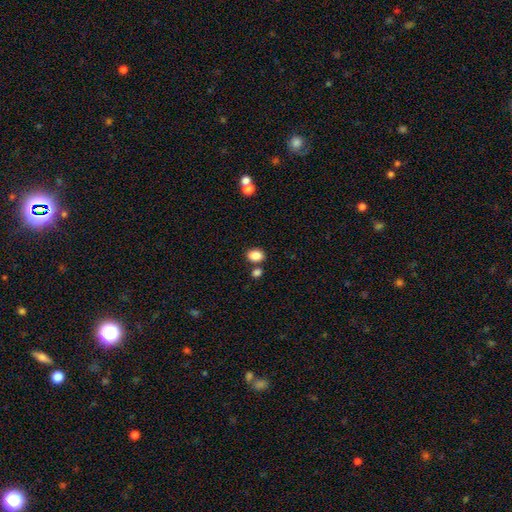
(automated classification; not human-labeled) Q: Smooth or featured?
A: smooth (86%); runner-up: star or artifact (9%)
Q: How rounded?
A: in between (74%); runner-up: round (24%)
Q: Merging?
A: none (72%); runner-up: merger (14%)